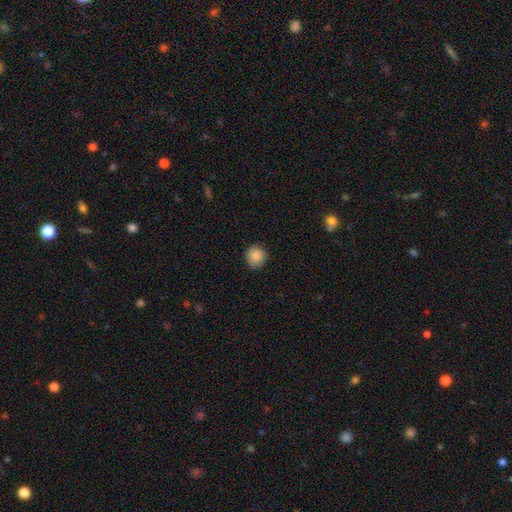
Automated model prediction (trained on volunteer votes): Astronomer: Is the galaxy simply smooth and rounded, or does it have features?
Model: smooth — 87%.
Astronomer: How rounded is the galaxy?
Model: round — 89%.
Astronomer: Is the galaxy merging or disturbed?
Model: none — 86%.